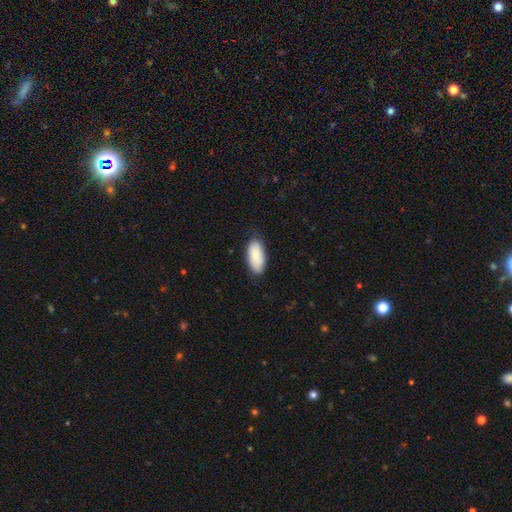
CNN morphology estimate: Q: Smooth or featured?
A: smooth (83%); runner-up: featured or disk (11%)
Q: How rounded?
A: in between (90%); runner-up: cigar-shaped (8%)
Q: Merging?
A: none (78%); runner-up: minor disturbance (18%)